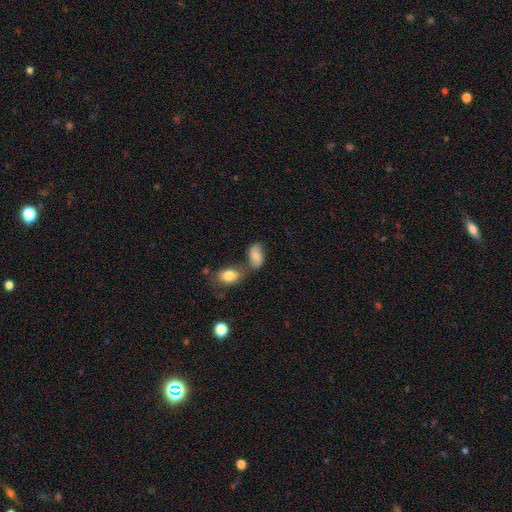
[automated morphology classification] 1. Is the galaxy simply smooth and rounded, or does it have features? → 70% smooth, 21% featured or disk, 9% star or artifact.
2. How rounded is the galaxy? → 91% in between, 6% round, 3% cigar-shaped.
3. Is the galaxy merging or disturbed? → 44% none, 32% merger, 17% minor disturbance, 7% major disturbance.